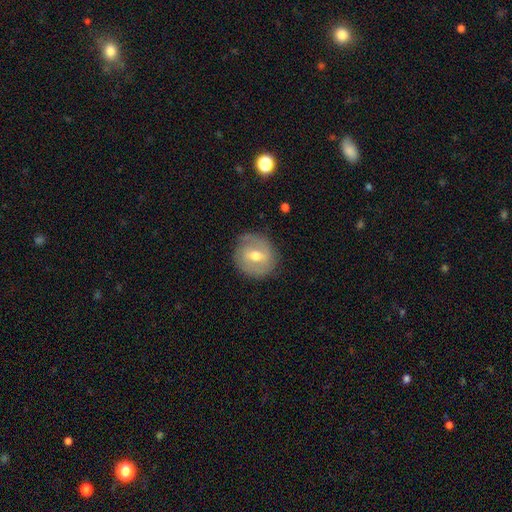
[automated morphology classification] featured or disk 57%, smooth 36%, star or artifact 7%. Down the decision tree: edge-on disk — no (96%); bar — weak (54%); spiral arms — yes (63%); bulge size — moderate (75%); merging — none (79%).